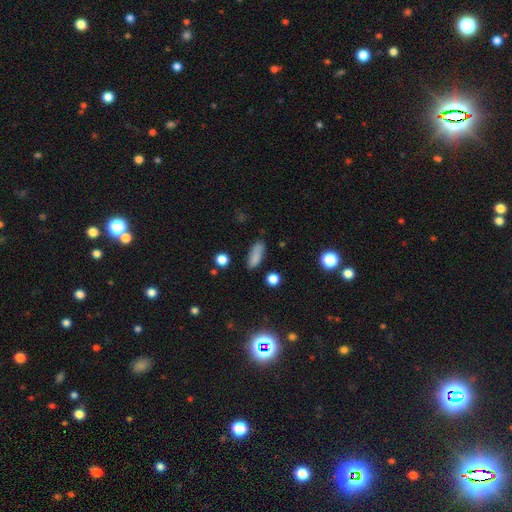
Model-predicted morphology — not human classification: A smooth galaxy with no disk features (83%) that is in between round and cigar-shaped (60%).

Vote fractions:
- Smooth or featured? smooth: 83% / star or artifact: 9% / featured or disk: 7%
- How rounded? in between: 60% / cigar-shaped: 37% / round: 3%
- Merging? none: 79% / minor disturbance: 15% / major disturbance: 4% / merger: 3%